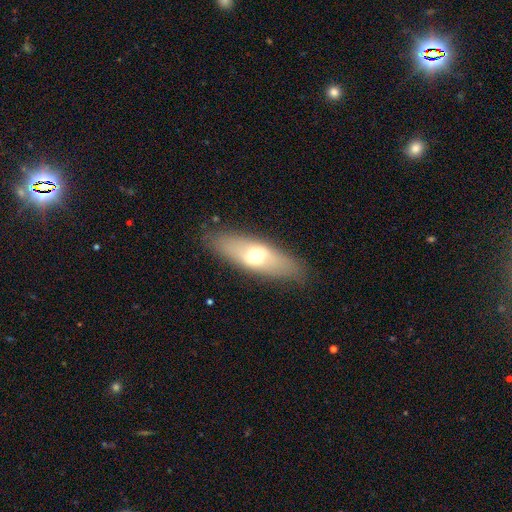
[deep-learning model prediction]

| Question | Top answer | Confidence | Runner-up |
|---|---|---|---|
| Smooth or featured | smooth | 54% | featured or disk (39%) |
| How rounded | in between | 60% | cigar-shaped (37%) |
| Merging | none | 85% | minor disturbance (10%) |